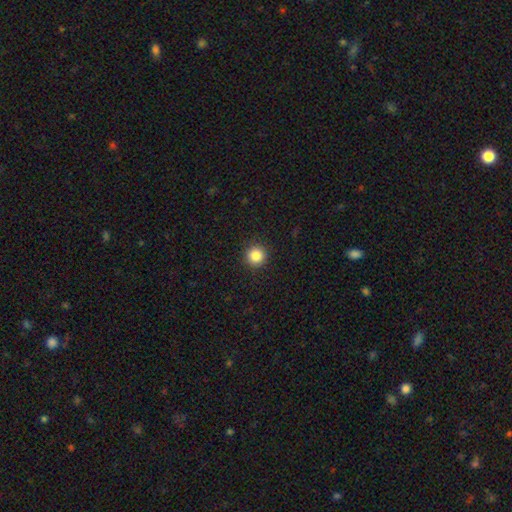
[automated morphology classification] Q: Smooth or featured?
A: smooth (85%); runner-up: star or artifact (11%)
Q: How rounded?
A: round (96%); runner-up: in between (3%)
Q: Merging?
A: none (93%); runner-up: minor disturbance (4%)